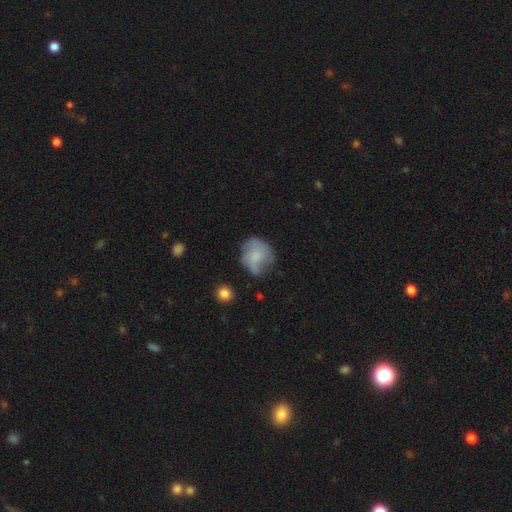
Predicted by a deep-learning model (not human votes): smooth_or_featured: smooth (p=0.61) [alt: featured or disk p=0.31]
how_rounded: round (p=0.64) [alt: in between p=0.35]
merging: none (p=0.49) [alt: minor disturbance p=0.32]